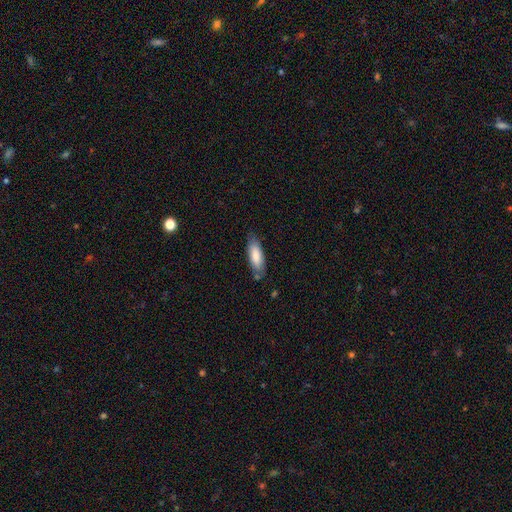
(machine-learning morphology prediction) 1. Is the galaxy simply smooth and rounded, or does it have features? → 81% smooth, 13% featured or disk, 6% star or artifact.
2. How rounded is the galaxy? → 63% in between, 36% cigar-shaped, 1% round.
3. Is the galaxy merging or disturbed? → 75% none, 18% minor disturbance, 4% merger, 3% major disturbance.